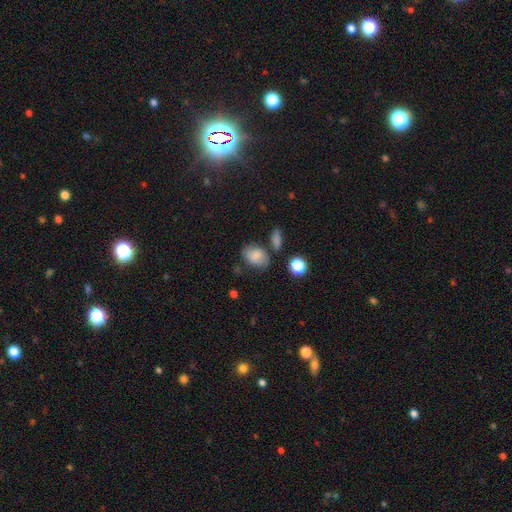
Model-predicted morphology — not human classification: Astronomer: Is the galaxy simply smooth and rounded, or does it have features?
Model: smooth — 78%.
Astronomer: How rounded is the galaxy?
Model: in between — 75%.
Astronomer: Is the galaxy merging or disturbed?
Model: none — 63%.